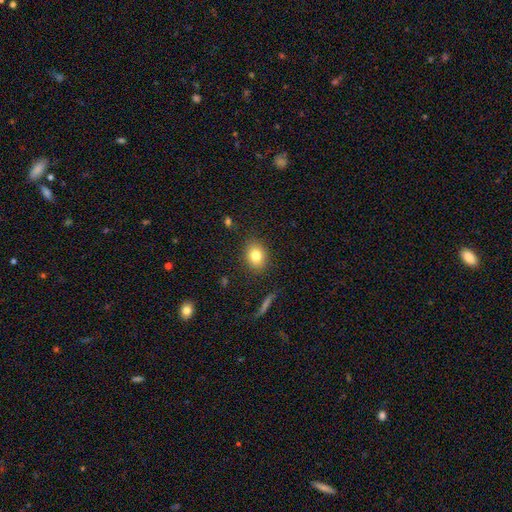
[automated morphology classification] This is clearly a smooth galaxy (80%). How rounded: possibly round (50%). Merging: clearly none (86%).